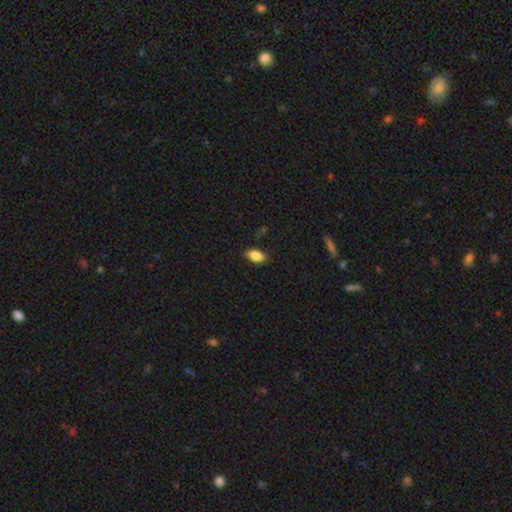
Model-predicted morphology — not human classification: Q: Smooth or featured?
A: smooth (84%); runner-up: featured or disk (8%)
Q: How rounded?
A: in between (89%); runner-up: cigar-shaped (6%)
Q: Merging?
A: none (82%); runner-up: minor disturbance (14%)